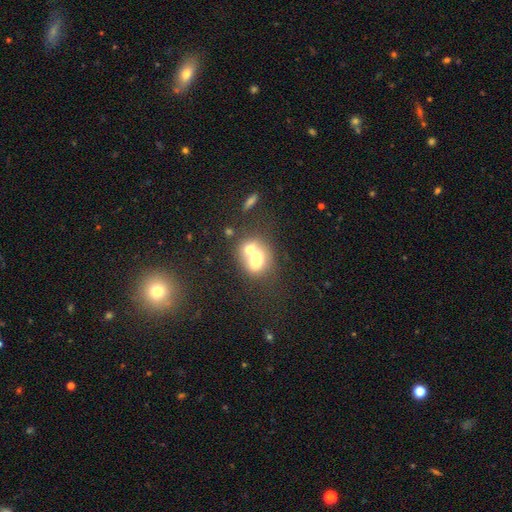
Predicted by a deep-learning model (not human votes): Smooth or featured?
  - smooth: 58% *
  - featured or disk: 31%
  - star or artifact: 12%
How rounded?
  - round: 64% *
  - in between: 35%
  - cigar-shaped: 1%
Merging?
  - merger: 66% *
  - none: 23%
  - minor disturbance: 7%
  - major disturbance: 5%